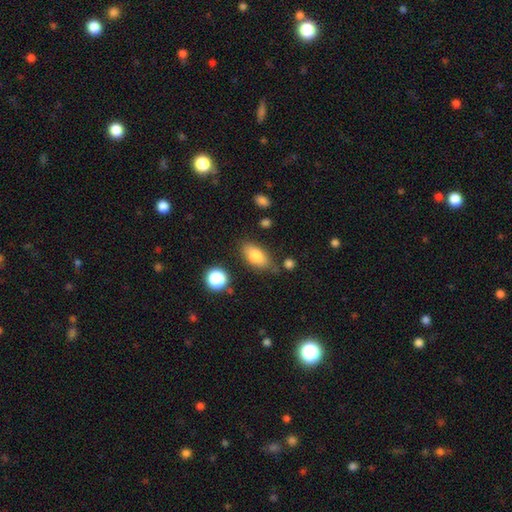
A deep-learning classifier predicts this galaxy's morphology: Smooth or featured? Predicted: smooth (p=0.80). How rounded? Predicted: in between (p=0.88). Merging? Predicted: none (p=0.74).